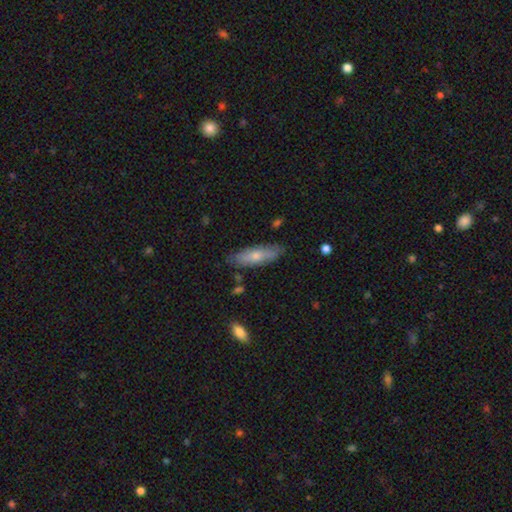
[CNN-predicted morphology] Smooth or featured? smooth (57%)
How rounded? cigar-shaped (54%)
Merging? none (82%)